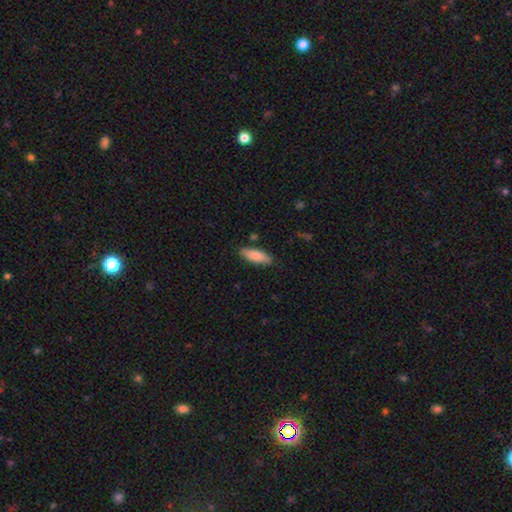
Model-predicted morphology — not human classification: A smooth galaxy with no disk features (83%) that is in between round and cigar-shaped (64%). Merging: none (84%).